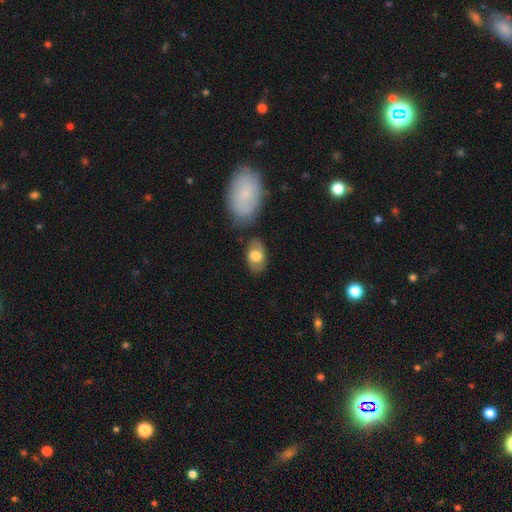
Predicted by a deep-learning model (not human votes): Smooth or featured? Predicted: smooth (p=0.69). How rounded? Predicted: in between (p=0.90). Merging? Predicted: none (p=0.73).